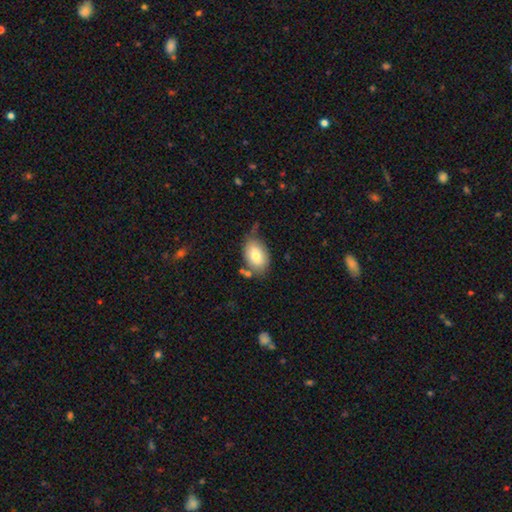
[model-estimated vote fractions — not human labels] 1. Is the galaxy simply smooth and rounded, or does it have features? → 79% smooth, 15% featured or disk, 7% star or artifact.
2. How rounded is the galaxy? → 88% in between, 11% round, 1% cigar-shaped.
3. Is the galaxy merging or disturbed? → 60% none, 25% minor disturbance, 8% merger, 8% major disturbance.